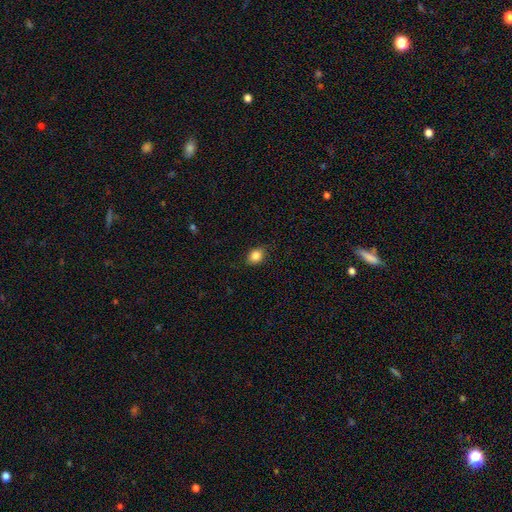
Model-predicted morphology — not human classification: smooth 85%, star or artifact 9%, featured or disk 6%. Down the decision tree: how rounded — in between (60%); merging — none (83%).